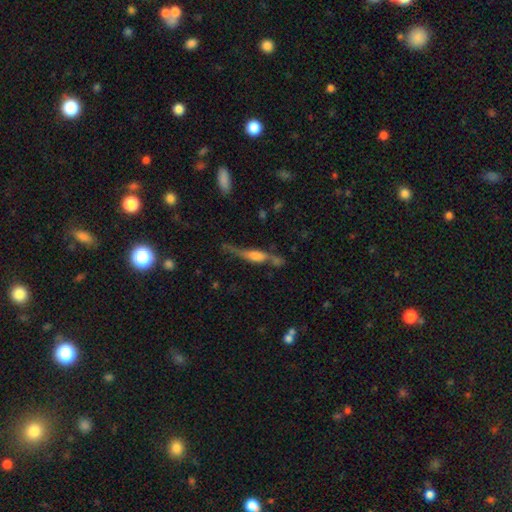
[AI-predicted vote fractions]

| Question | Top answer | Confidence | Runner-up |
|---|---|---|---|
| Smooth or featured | featured or disk | 63% | smooth (28%) |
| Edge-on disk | yes | 84% | no (16%) |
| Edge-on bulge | rounded | 56% | boxy (34%) |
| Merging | none | 52% | minor disturbance (24%) |